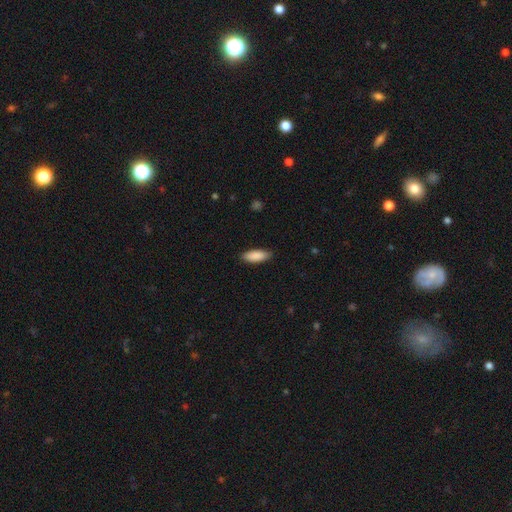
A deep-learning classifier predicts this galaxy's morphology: type=smooth (89%); roundness=in between (73%); merging=none (87%).